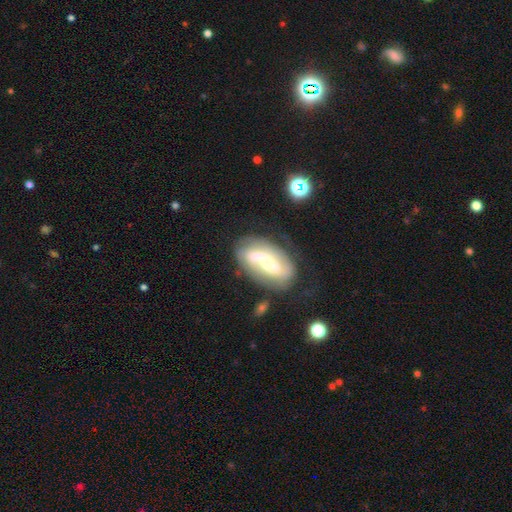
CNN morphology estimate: Overall: featured or disk (80%). Edge-on disk: no (96%). Bar: weak (41%; no 40%). Spiral arms: yes (94%). Spiral arm count: 2 (83%). Spiral winding: medium (42%; loose 41%). Bulge size: moderate (48%; small 39%). Merging: none (68%).